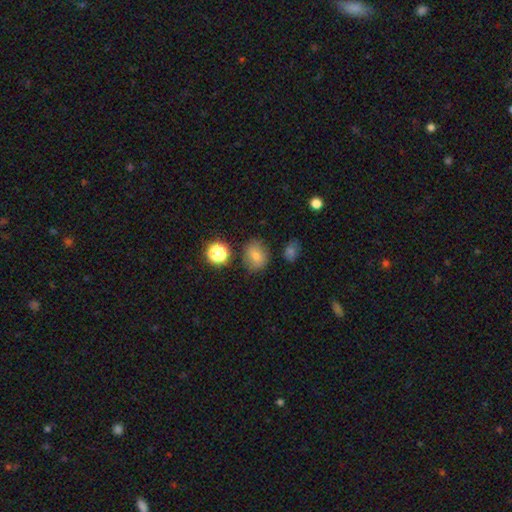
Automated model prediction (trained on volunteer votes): This appears to be a smooth galaxy with no disk features (68%) that is round (56%). Merging: none (79%).